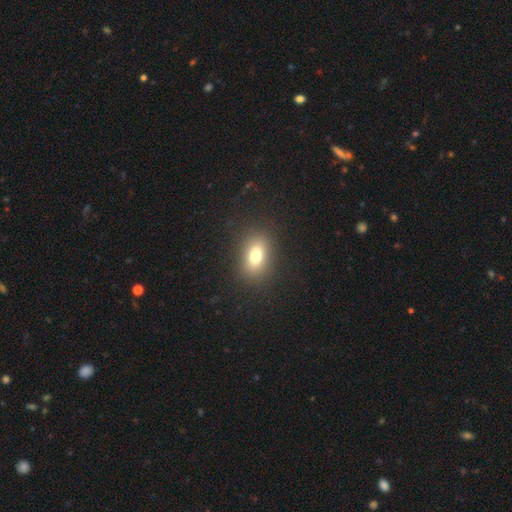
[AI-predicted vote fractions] A smooth galaxy with no disk features (78%) that is in between round and cigar-shaped (78%). Merging: none (87%).